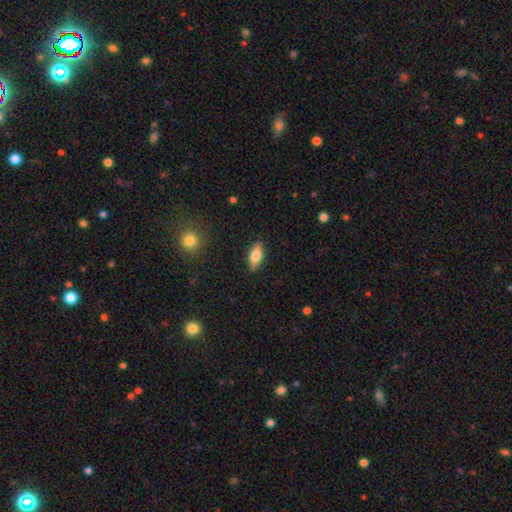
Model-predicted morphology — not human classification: This appears to be a smooth galaxy with no disk features (68%) that is in between round and cigar-shaped (79%). Merging: none (86%).